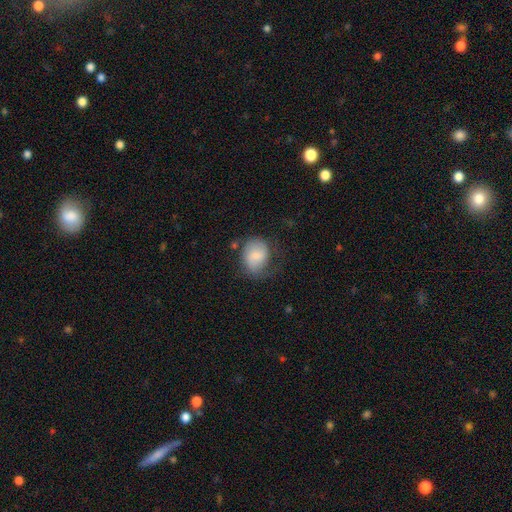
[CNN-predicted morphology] This is likely a smooth galaxy (63%). How rounded: possibly round (58%). Merging: possibly none (46%).